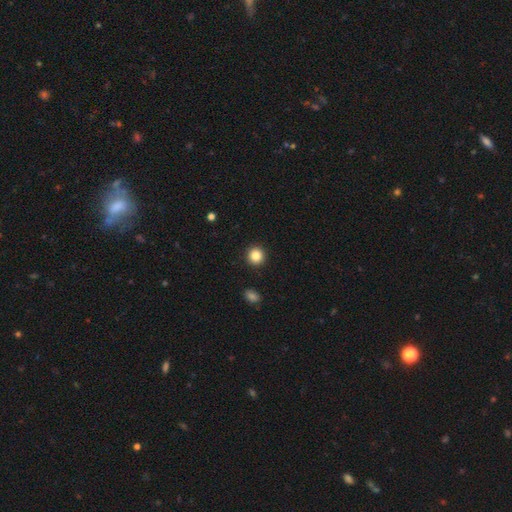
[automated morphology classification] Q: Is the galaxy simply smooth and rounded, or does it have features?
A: smooth — 85%.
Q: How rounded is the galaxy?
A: round — 94%.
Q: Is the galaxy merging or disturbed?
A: none — 92%.